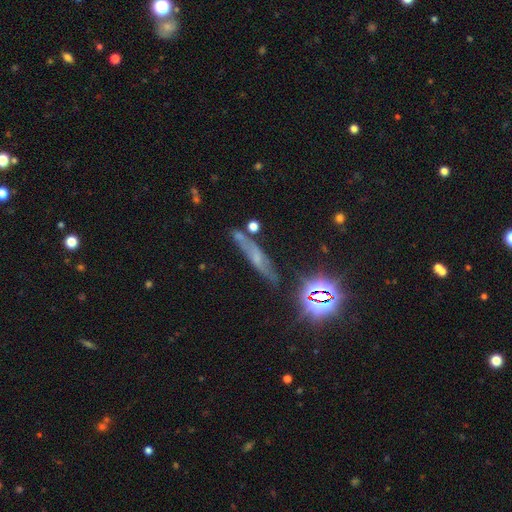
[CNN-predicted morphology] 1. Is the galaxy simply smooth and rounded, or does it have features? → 38% featured or disk, 34% smooth, 28% star or artifact.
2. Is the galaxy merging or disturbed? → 68% none, 18% minor disturbance, 8% merger, 6% major disturbance.